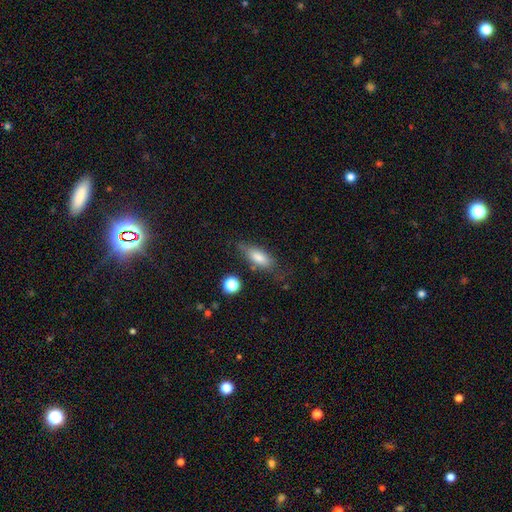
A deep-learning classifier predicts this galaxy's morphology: A smooth galaxy with no disk features (72%) that is in between round and cigar-shaped (66%).

Vote fractions:
- Smooth or featured? smooth: 72% / featured or disk: 18% / star or artifact: 10%
- How rounded? in between: 66% / cigar-shaped: 30% / round: 4%
- Merging? none: 68% / minor disturbance: 21% / major disturbance: 8% / merger: 3%